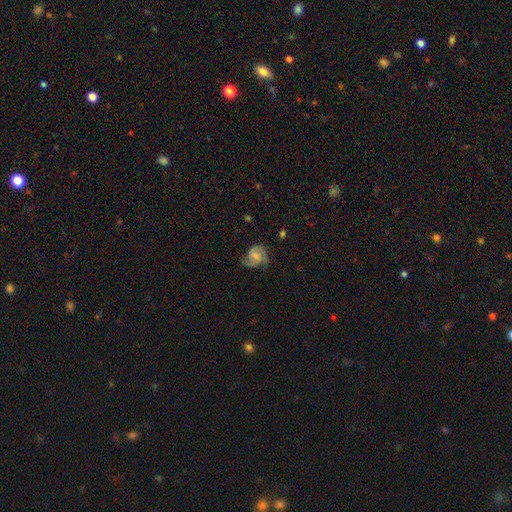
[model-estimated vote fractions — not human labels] Q: Smooth or featured?
A: featured or disk (52%); runner-up: smooth (40%)
Q: Edge-on disk?
A: no (98%); runner-up: yes (2%)
Q: Bar?
A: no (47%); runner-up: weak (43%)
Q: Spiral arms?
A: yes (88%); runner-up: no (12%)
Q: Bulge size?
A: none (37%); runner-up: small (32%)
Q: Merging?
A: none (54%); runner-up: minor disturbance (29%)